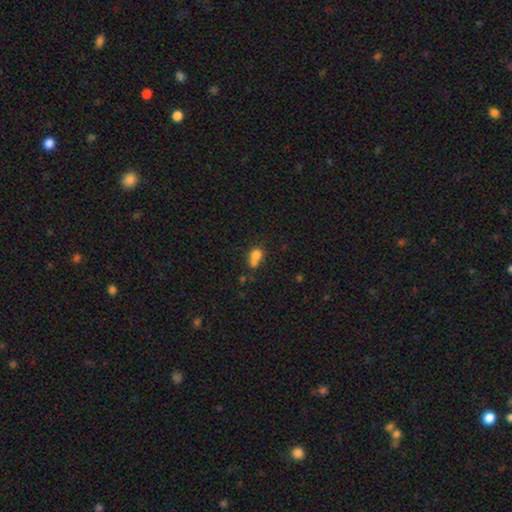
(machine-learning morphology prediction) Smooth or featured? smooth (74%)
How rounded? round (62%)
Merging? merger (55%)